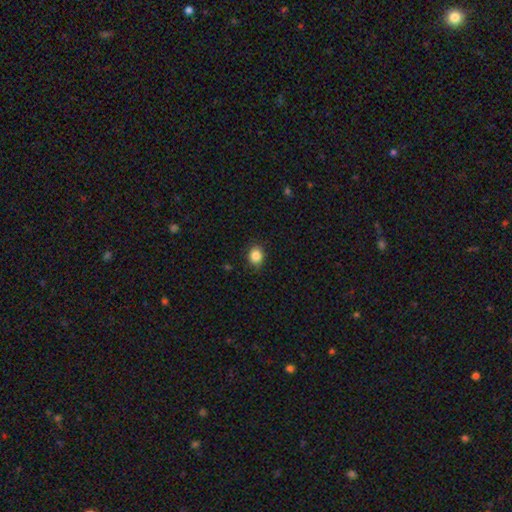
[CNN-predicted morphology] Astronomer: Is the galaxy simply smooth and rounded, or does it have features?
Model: smooth — 86%.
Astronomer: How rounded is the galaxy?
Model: round — 66%.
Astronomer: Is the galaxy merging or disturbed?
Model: none — 86%.